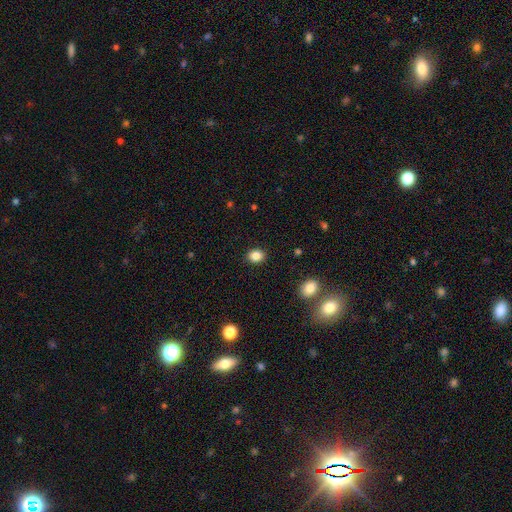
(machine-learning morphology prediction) Smooth or featured? Predicted: smooth (p=0.85). How rounded? Predicted: round (p=0.54). Merging? Predicted: none (p=0.90).